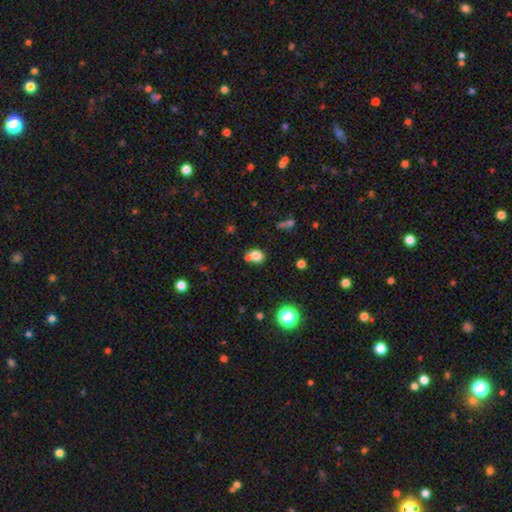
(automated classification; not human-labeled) Smooth or featured?
  - smooth: 79% *
  - star or artifact: 12%
  - featured or disk: 9%
How rounded?
  - in between: 52% *
  - round: 47%
  - cigar-shaped: 1%
Merging?
  - none: 50% *
  - merger: 30%
  - minor disturbance: 15%
  - major disturbance: 5%